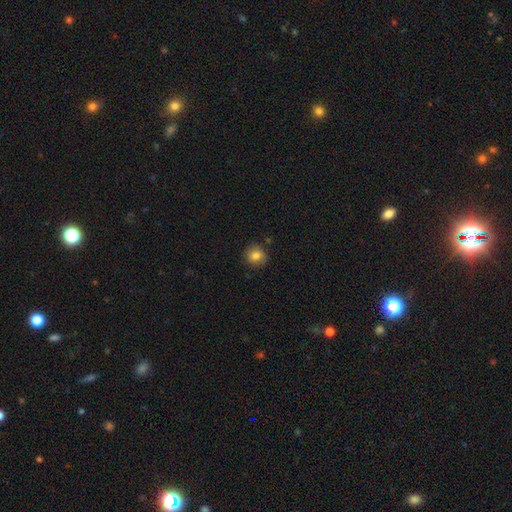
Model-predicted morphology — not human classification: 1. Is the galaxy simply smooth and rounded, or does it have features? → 80% smooth, 10% star or artifact, 9% featured or disk.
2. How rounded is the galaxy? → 88% round, 11% in between, 1% cigar-shaped.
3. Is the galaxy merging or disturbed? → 86% none, 11% minor disturbance, 2% major disturbance, 2% merger.